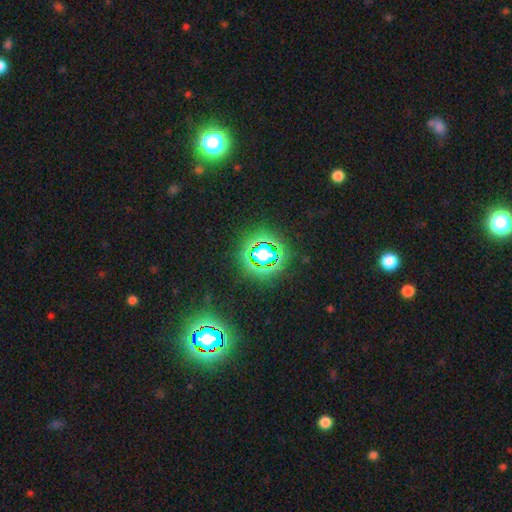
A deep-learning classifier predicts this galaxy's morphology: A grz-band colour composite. It shows a star or artifact, not a galaxy (78%).